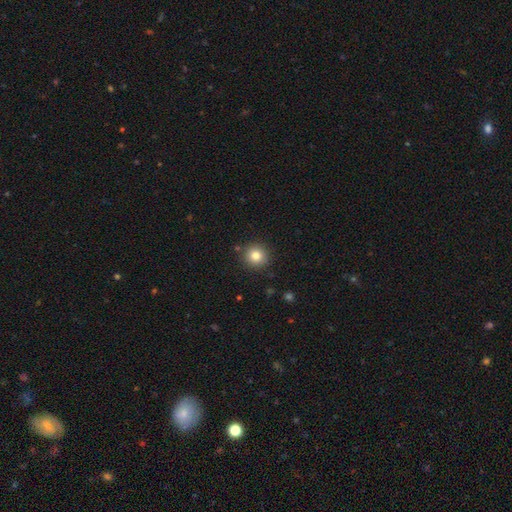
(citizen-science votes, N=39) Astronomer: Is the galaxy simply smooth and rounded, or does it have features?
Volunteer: smooth — 85%.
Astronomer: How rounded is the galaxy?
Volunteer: round — 94%.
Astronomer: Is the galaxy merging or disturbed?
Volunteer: none — 91%.